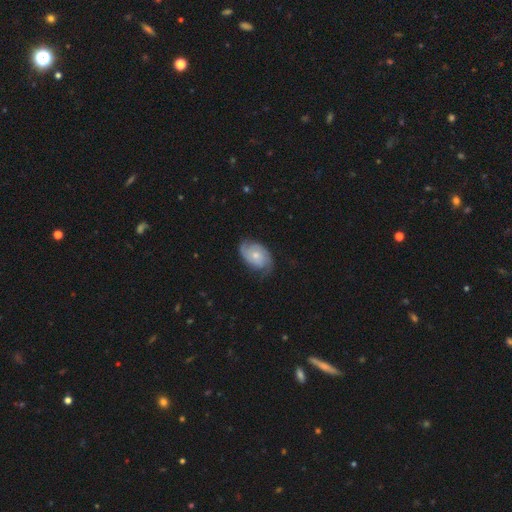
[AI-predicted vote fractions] The model was most divided on "bulge size": moderate: 48%, small: 46%, large: 2%, none: 2%, dominant: 1%. Remaining: edge-on disk — no (97%); spiral arms — yes (94%); bar — no (75%); smooth or featured — featured or disk (74%); merging — none (68%); spiral arm count — 2 (58%); spiral winding — tight (50%).